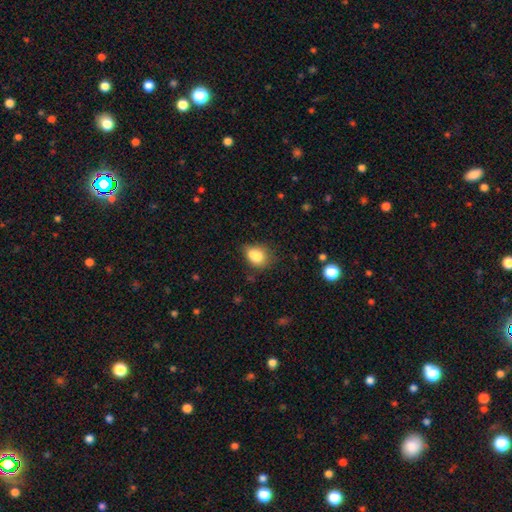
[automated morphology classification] Smooth or featured?
  - smooth: 82% *
  - star or artifact: 10%
  - featured or disk: 8%
How rounded?
  - in between: 60% *
  - round: 38%
  - cigar-shaped: 1%
Merging?
  - none: 50% *
  - minor disturbance: 32%
  - major disturbance: 10%
  - merger: 9%